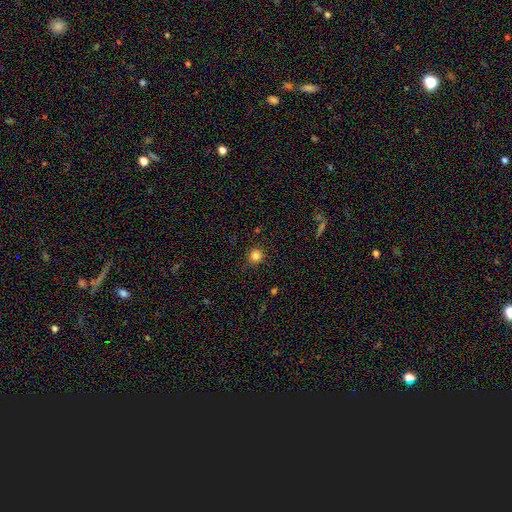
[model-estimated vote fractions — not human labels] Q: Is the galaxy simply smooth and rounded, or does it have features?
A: smooth — 83%.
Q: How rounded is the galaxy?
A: round — 92%.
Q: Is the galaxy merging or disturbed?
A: none — 89%.